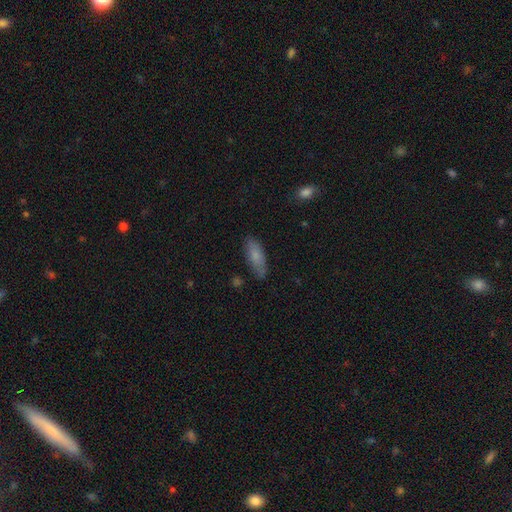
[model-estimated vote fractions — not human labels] Smooth or featured: smooth — 78% (featured or disk — 15%)
How rounded: in between — 72% (cigar-shaped — 26%)
Merging: none — 73% (minor disturbance — 21%)